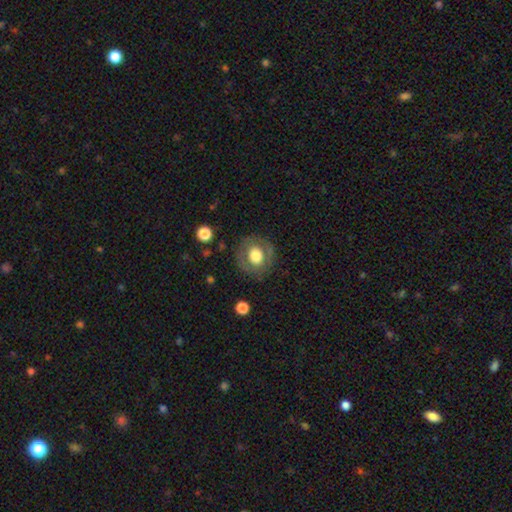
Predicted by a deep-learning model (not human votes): smooth-or-featured: smooth: 62% | featured or disk: 30% | star or artifact: 8%
  how-rounded: round: 80% | in between: 19% | cigar-shaped: 1%
  merging: none: 80% | minor disturbance: 12% | major disturbance: 6% | merger: 1%